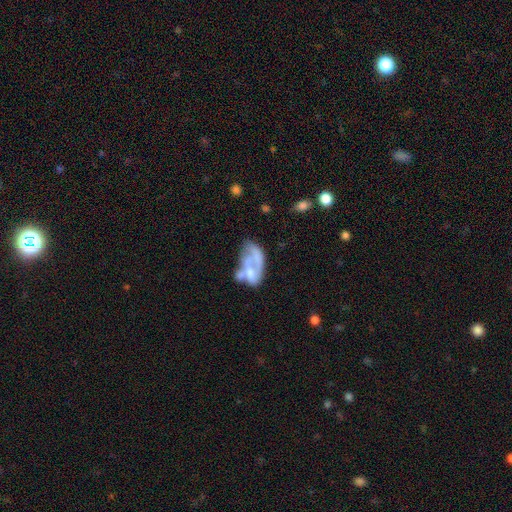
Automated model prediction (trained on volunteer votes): A featured or disk galaxy (52%). Merging: merger (33%).